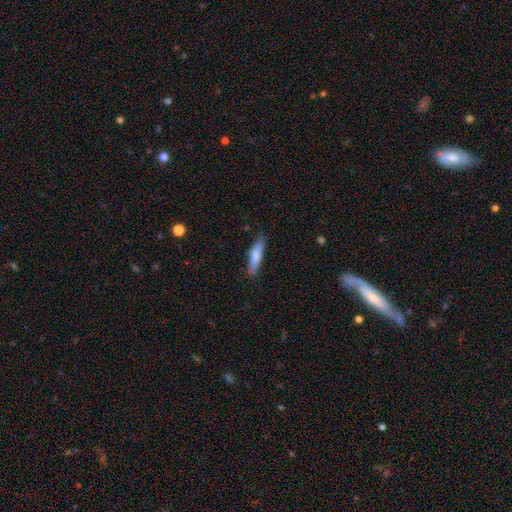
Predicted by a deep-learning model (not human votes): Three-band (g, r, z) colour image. It shows a smooth galaxy with no disk features (75%) that is cigar-shaped (73%). Merging: none (78%).